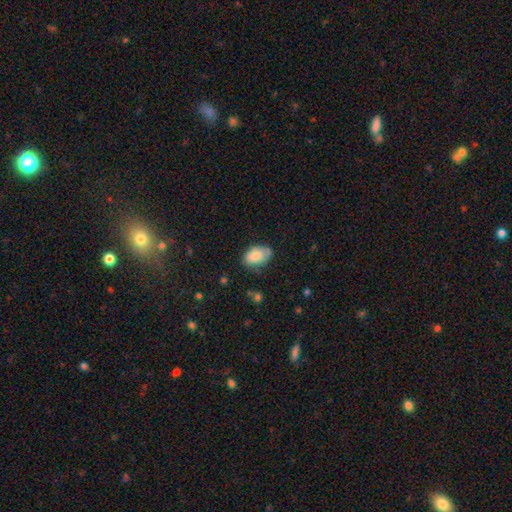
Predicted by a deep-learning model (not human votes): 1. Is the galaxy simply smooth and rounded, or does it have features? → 74% smooth, 19% featured or disk, 7% star or artifact.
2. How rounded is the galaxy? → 87% in between, 12% round, 1% cigar-shaped.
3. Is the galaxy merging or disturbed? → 63% none, 28% minor disturbance, 7% major disturbance, 2% merger.